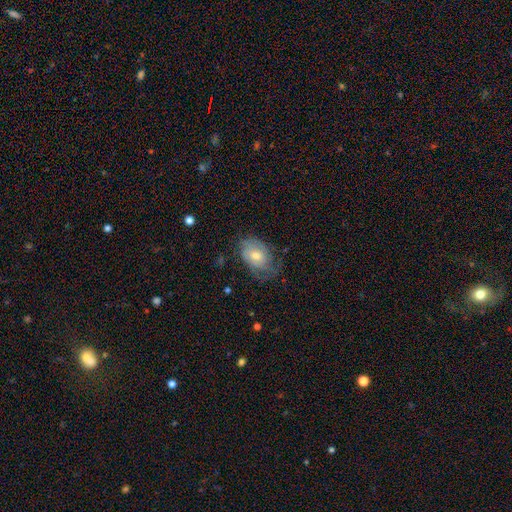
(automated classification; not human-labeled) Smooth or featured?
  - featured or disk: 58% *
  - smooth: 34%
  - star or artifact: 8%
Edge-on disk?
  - no: 95% *
  - yes: 5%
Bar?
  - no: 70% *
  - weak: 26%
  - strong: 4%
Spiral arms?
  - yes: 80% *
  - no: 20%
Bulge size?
  - moderate: 60% *
  - small: 34%
  - large: 4%
  - none: 1%
  - dominant: 1%
Merging?
  - none: 56% *
  - minor disturbance: 27%
  - major disturbance: 15%
  - merger: 1%